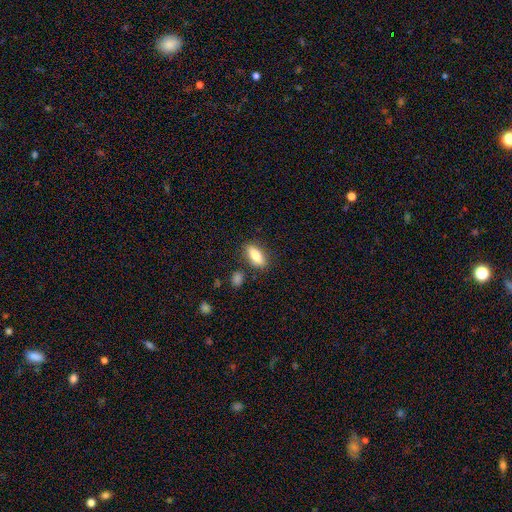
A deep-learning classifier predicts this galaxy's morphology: Smooth or featured?
  - smooth: 82% *
  - featured or disk: 11%
  - star or artifact: 7%
How rounded?
  - in between: 74% *
  - cigar-shaped: 23%
  - round: 3%
Merging?
  - none: 81% *
  - minor disturbance: 12%
  - merger: 4%
  - major disturbance: 3%